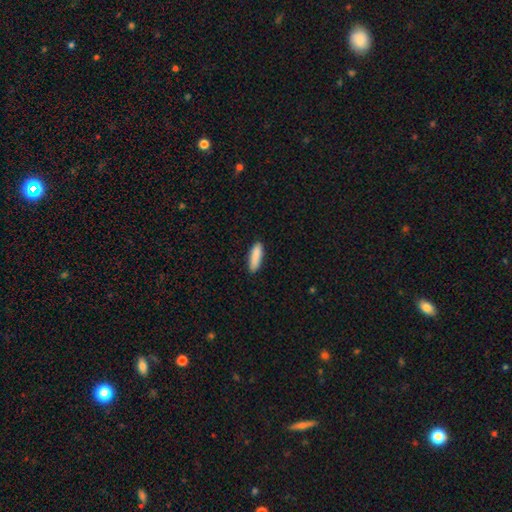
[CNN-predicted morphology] A smooth galaxy with no disk features (89%) that is cigar-shaped (55%). Merging: none (87%).